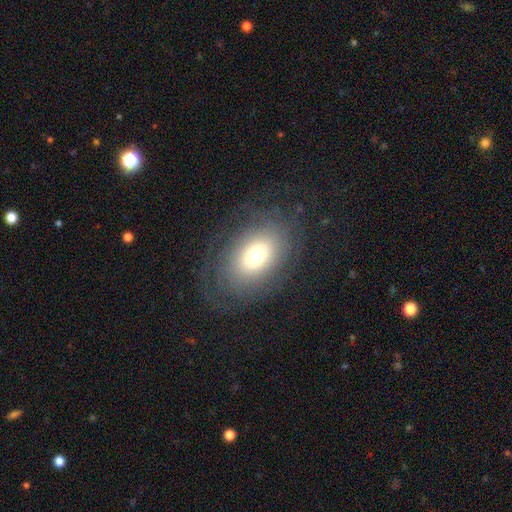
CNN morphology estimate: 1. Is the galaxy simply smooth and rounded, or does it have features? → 46% smooth, 43% featured or disk, 11% star or artifact.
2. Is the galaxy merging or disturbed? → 71% none, 15% minor disturbance, 13% major disturbance, 1% merger.